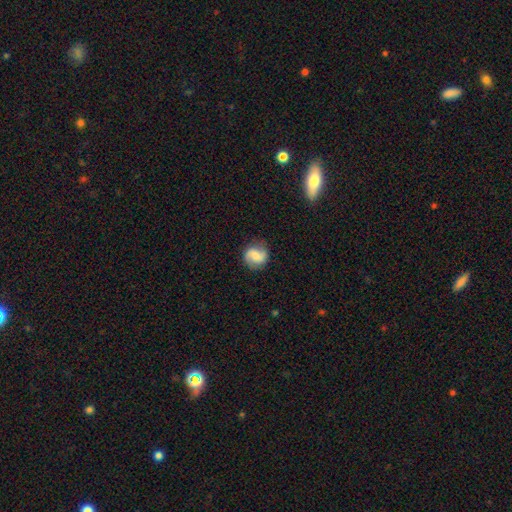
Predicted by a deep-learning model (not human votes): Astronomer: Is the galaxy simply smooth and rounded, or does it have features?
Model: featured or disk — 49% (runner-up: smooth, 42%).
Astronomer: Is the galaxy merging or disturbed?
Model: none — 80%.